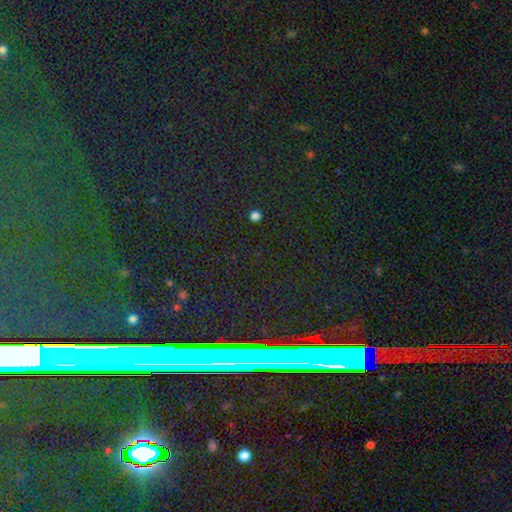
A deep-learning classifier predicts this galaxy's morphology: This is likely a star or artifact rather than a galaxy (79%).